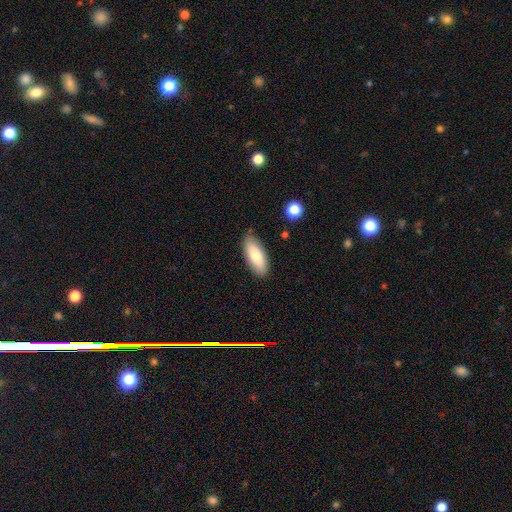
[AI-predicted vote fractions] Smooth or featured?
  - smooth: 76% *
  - featured or disk: 18%
  - star or artifact: 6%
How rounded?
  - in between: 82% *
  - cigar-shaped: 16%
  - round: 2%
Merging?
  - none: 82% *
  - minor disturbance: 13%
  - major disturbance: 2%
  - merger: 2%